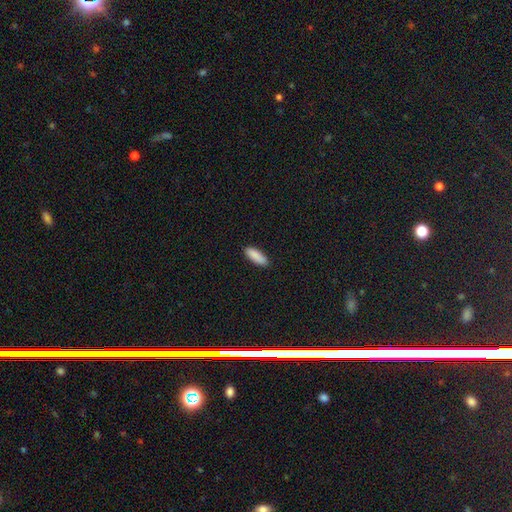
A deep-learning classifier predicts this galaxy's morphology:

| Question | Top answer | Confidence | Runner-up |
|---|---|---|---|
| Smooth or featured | smooth | 90% | star or artifact (6%) |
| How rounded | in between | 61% | cigar-shaped (37%) |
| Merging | none | 90% | minor disturbance (7%) |